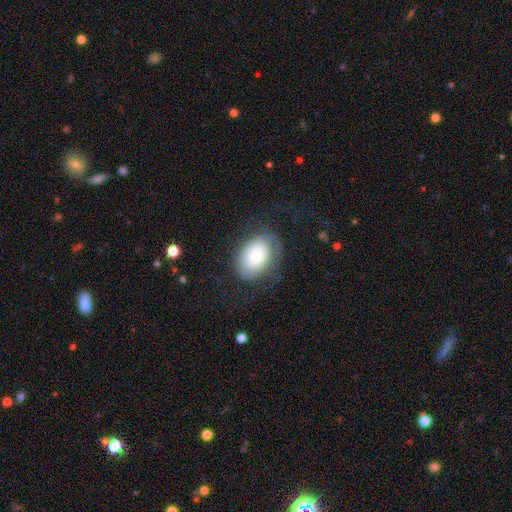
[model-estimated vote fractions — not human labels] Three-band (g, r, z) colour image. It shows a smooth galaxy with no disk features (57%) that is in between round and cigar-shaped (81%). Merging: none (60%).